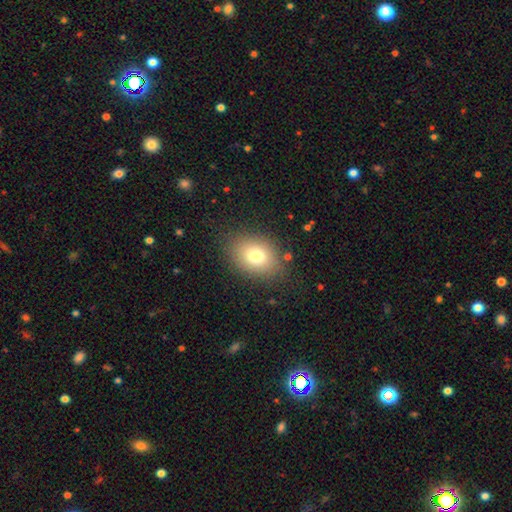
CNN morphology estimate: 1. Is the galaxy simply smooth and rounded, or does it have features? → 77% smooth, 12% featured or disk, 11% star or artifact.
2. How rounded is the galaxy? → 67% in between, 32% round, 1% cigar-shaped.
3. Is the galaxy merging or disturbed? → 83% none, 11% minor disturbance, 4% major disturbance, 2% merger.